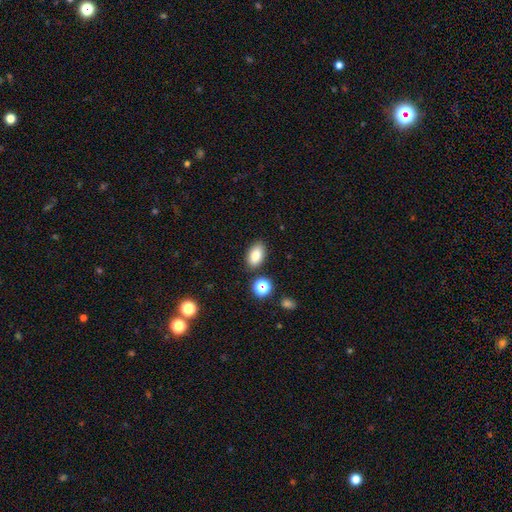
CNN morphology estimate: smooth 83%, star or artifact 10%, featured or disk 7%. Down the decision tree: how rounded — in between (90%); merging — none (83%).